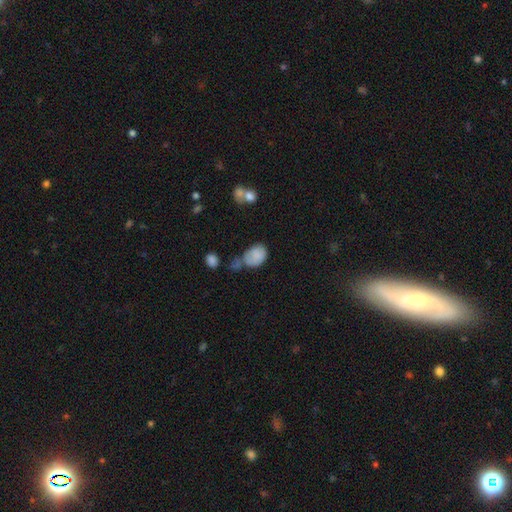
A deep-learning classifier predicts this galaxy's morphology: Overall: smooth (79%). How rounded: in between (74%). Merging: none (32%; minor disturbance 30%).